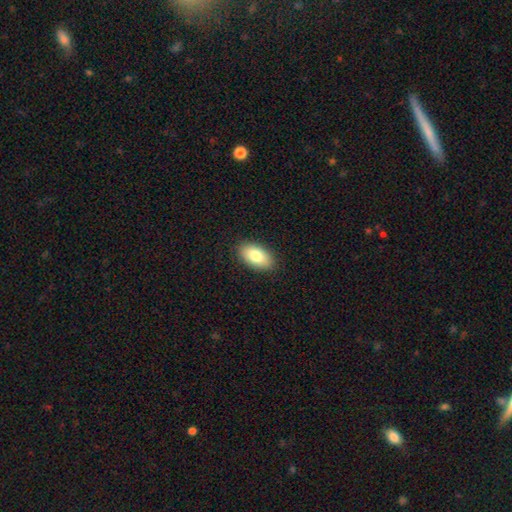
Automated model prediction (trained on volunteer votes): smooth 82%, featured or disk 11%, star or artifact 7%. Down the decision tree: how rounded — in between (94%); merging — none (89%).